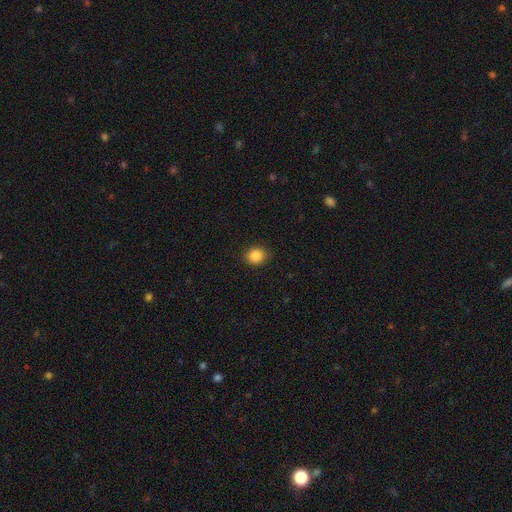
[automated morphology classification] type=smooth (87%); roundness=round (77%); merging=none (89%).